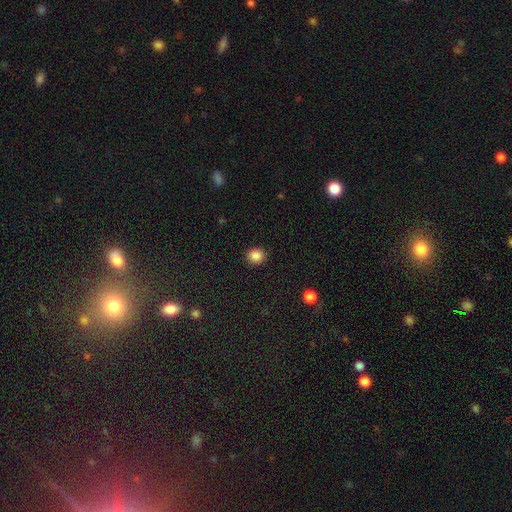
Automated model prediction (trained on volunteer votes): smooth 86%, star or artifact 10%, featured or disk 3%. Down the decision tree: how rounded — round (88%); merging — none (91%).